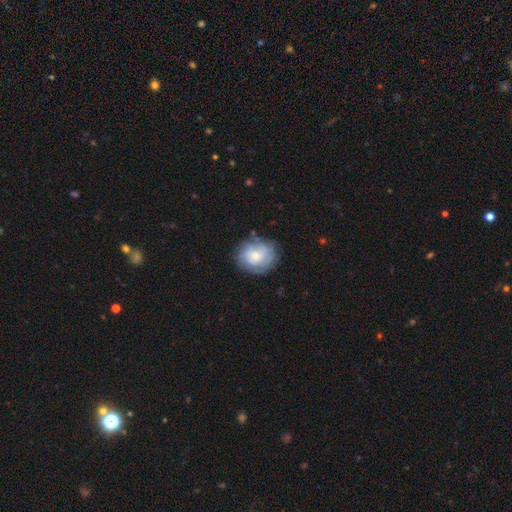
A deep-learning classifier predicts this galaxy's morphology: type=featured or disk (56%); edge-on=no (97%); bar=no (79%); spiral arms=yes (76%); bulge=small (47%); merging=none (71%).